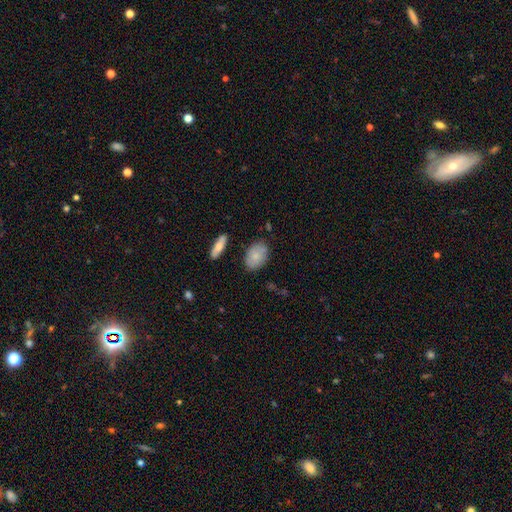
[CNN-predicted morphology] The model was most divided on "smooth or featured": smooth: 75%, featured or disk: 18%, star or artifact: 7%. More confident: how rounded — in between (86%); merging — none (76%).